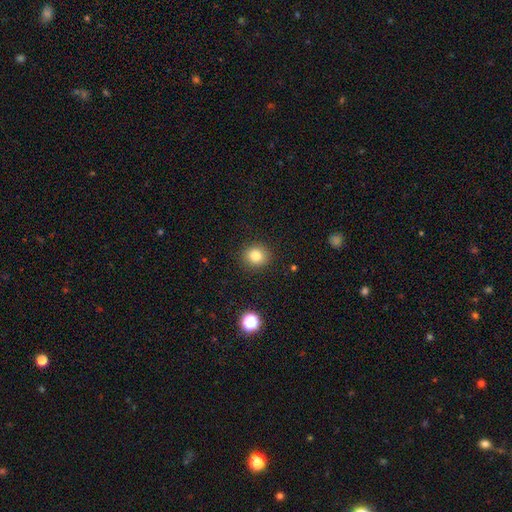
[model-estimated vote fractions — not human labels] Smooth or featured? Predicted: smooth (p=0.81). How rounded? Predicted: round (p=0.85). Merging? Predicted: none (p=0.90).